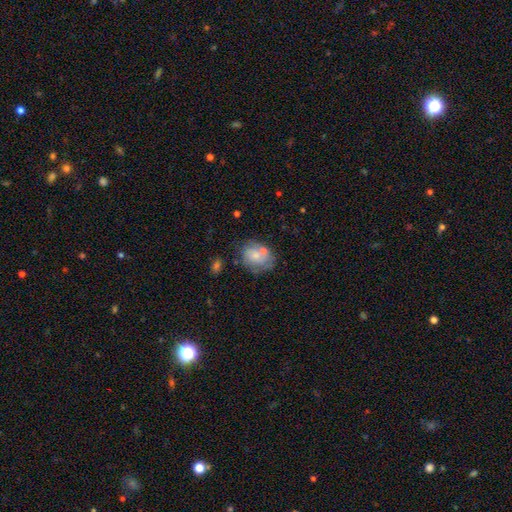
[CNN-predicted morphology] A smooth galaxy with no disk features (64%) that is in between round and cigar-shaped (54%).

Vote fractions:
- Smooth or featured? smooth: 64% / featured or disk: 28% / star or artifact: 8%
- How rounded? in between: 54% / round: 45% / cigar-shaped: 1%
- Merging? none: 50% / minor disturbance: 23% / merger: 18% / major disturbance: 9%